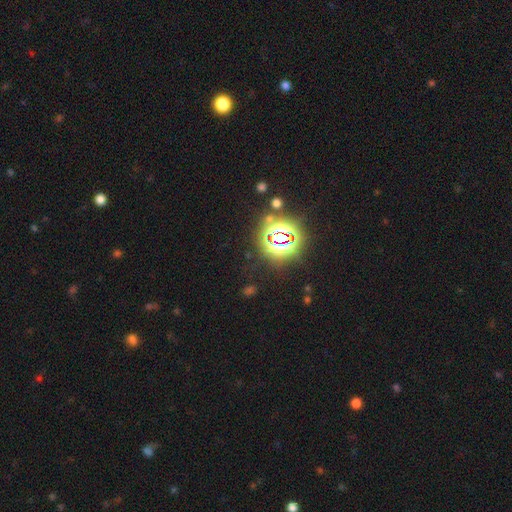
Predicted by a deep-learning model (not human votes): The model was most divided on "smooth or featured": star or artifact: 84%, smooth: 10%, featured or disk: 6%.